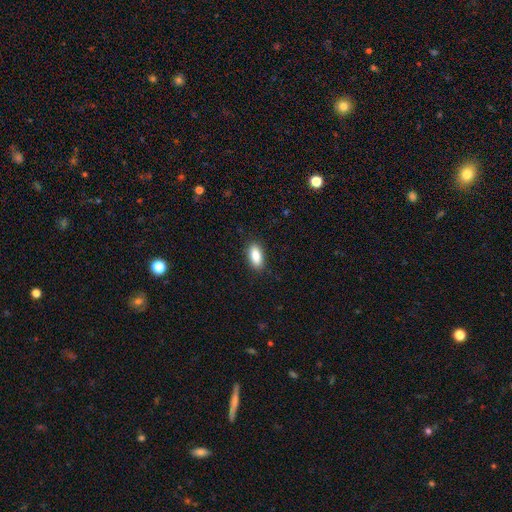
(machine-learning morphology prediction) This appears to be a smooth galaxy with no disk features (88%) that is in between round and cigar-shaped (86%). Merging: none (88%).